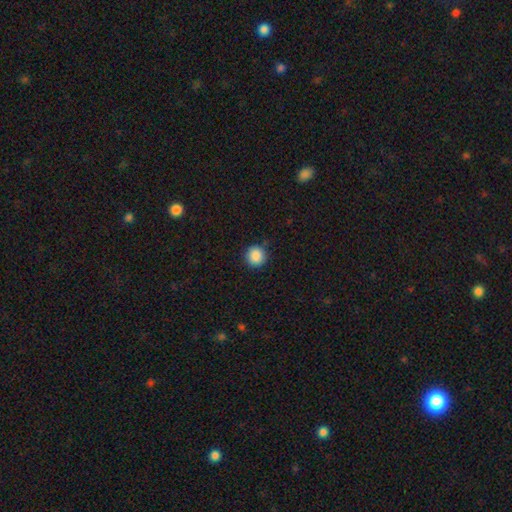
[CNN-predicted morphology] smooth_or_featured: smooth (p=0.89) [alt: star or artifact p=0.09]
how_rounded: round (p=0.93) [alt: in between p=0.06]
merging: none (p=0.88) [alt: minor disturbance p=0.09]